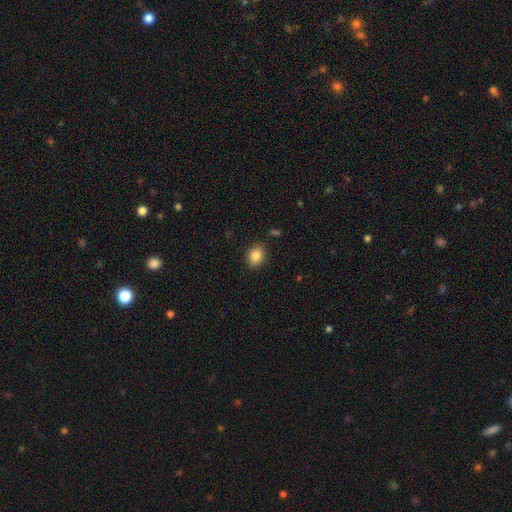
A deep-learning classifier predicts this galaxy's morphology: This is clearly a smooth galaxy (86%). How rounded: possibly in between (58%). Merging: clearly none (86%).